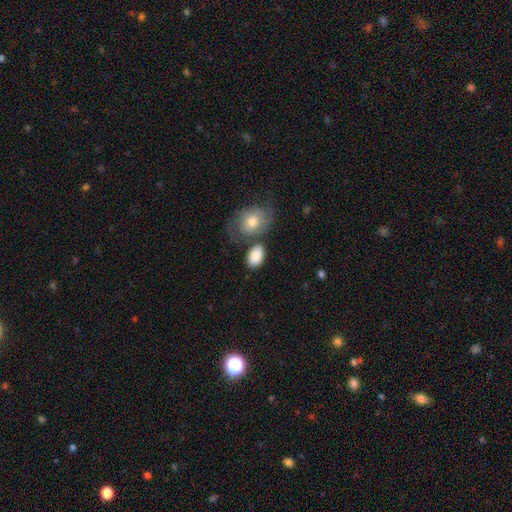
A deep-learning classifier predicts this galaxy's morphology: A smooth galaxy with no disk features (85%) that is in between round and cigar-shaped (85%). Merging: none (56%).